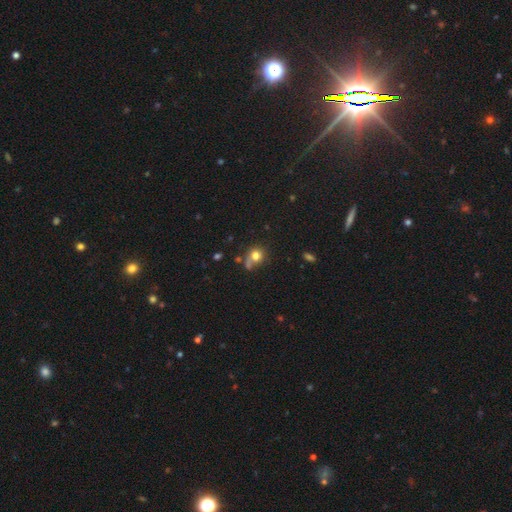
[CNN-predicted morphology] The model was most divided on "merging": none: 52%, merger: 19%, minor disturbance: 18%, major disturbance: 10%. More confident: how rounded — round (77%); smooth or featured — smooth (76%).